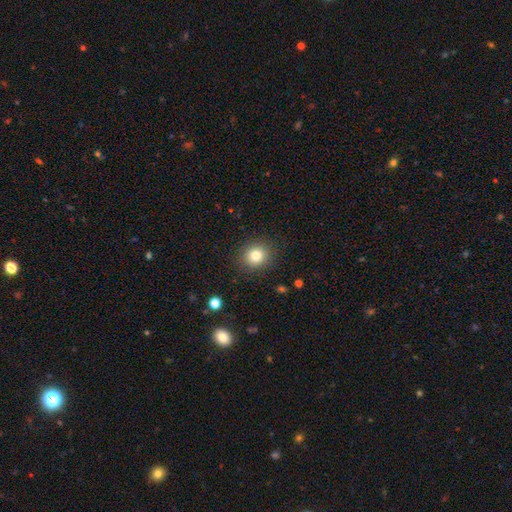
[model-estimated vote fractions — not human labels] Overall: smooth (81%). How rounded: round (84%). Merging: none (89%).